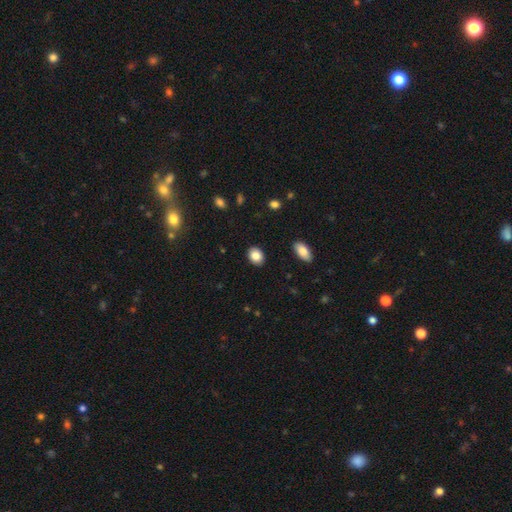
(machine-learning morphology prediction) Smooth or featured?
  - smooth: 86% *
  - star or artifact: 8%
  - featured or disk: 6%
How rounded?
  - in between: 62% *
  - round: 37%
  - cigar-shaped: 1%
Merging?
  - none: 89% *
  - minor disturbance: 8%
  - major disturbance: 2%
  - merger: 1%